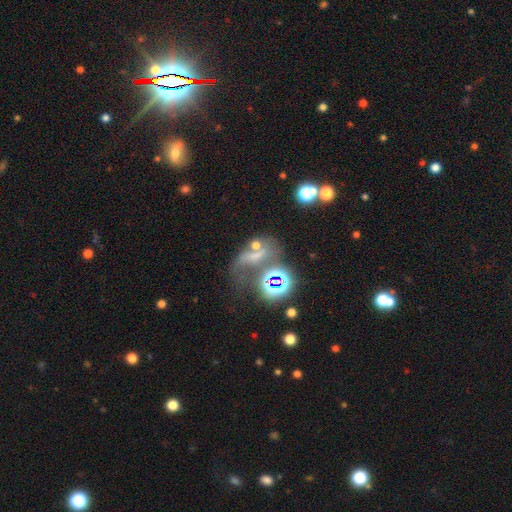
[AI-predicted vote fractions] Morphology: type=smooth (37%); merging=none (30%).